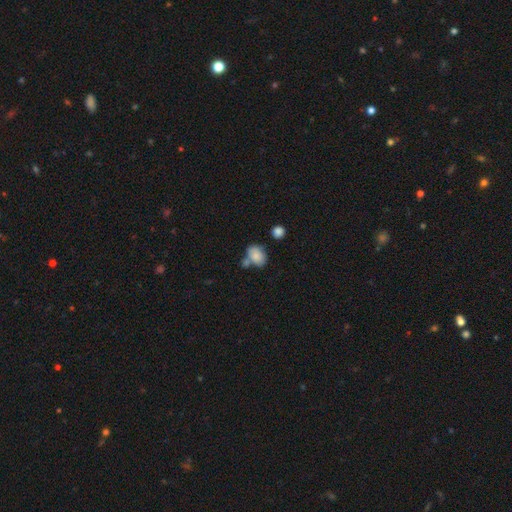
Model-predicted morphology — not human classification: This is clearly a smooth galaxy (81%). How rounded: likely in between (69%). Merging: possibly none (45%).